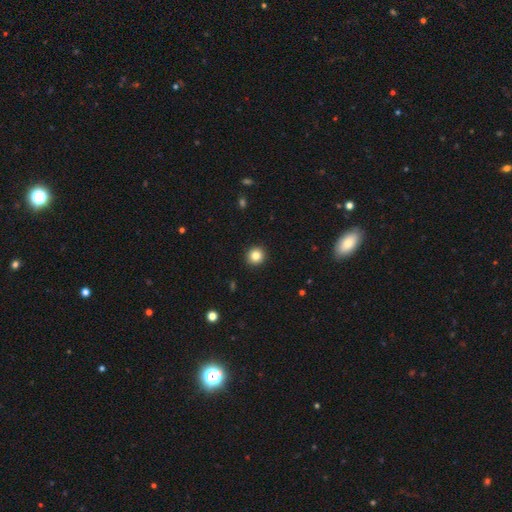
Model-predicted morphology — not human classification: smooth-or-featured: smooth: 84% | star or artifact: 10% | featured or disk: 6%
  how-rounded: round: 93% | in between: 6% | cigar-shaped: 1%
  merging: none: 93% | minor disturbance: 4% | major disturbance: 1% | merger: 1%